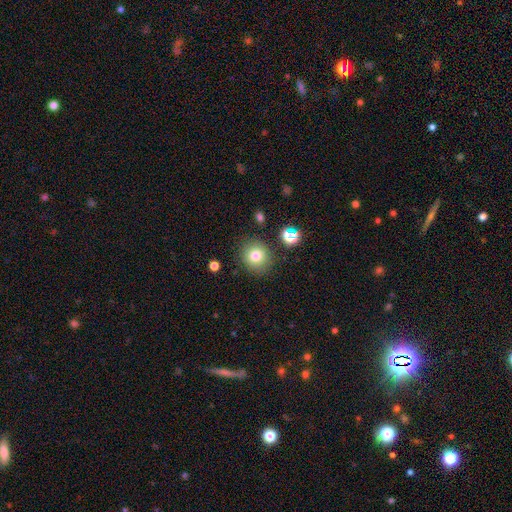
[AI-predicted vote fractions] A smooth galaxy with no disk features (77%) that is round (89%). Merging: none (85%).